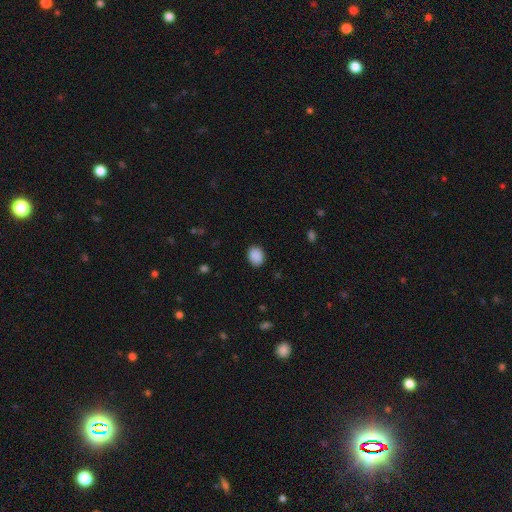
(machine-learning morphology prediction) This appears to be a smooth galaxy with no disk features (89%) that is in between round and cigar-shaped (55%). Merging: none (88%).